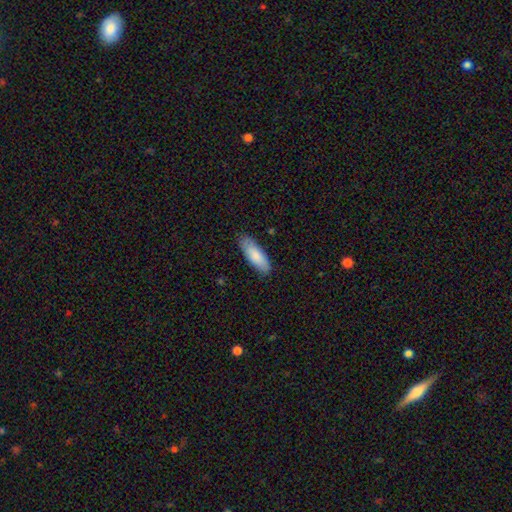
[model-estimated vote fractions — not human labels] Smooth or featured? Predicted: smooth (p=0.85). How rounded? Predicted: in between (p=0.68). Merging? Predicted: none (p=0.84).